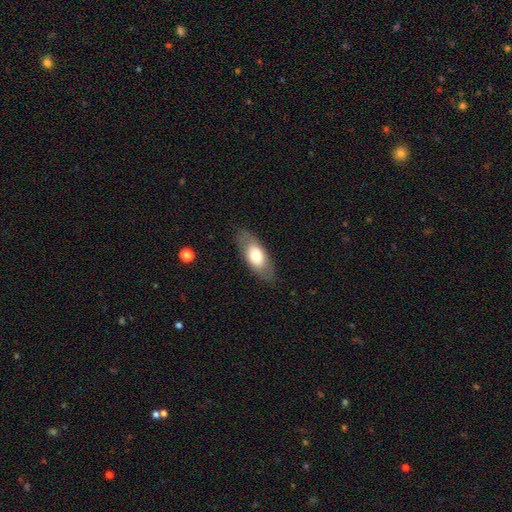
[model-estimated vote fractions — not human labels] Smooth or featured: smooth — 66% (featured or disk — 28%)
How rounded: in between — 83% (cigar-shaped — 13%)
Merging: none — 83% (minor disturbance — 12%)